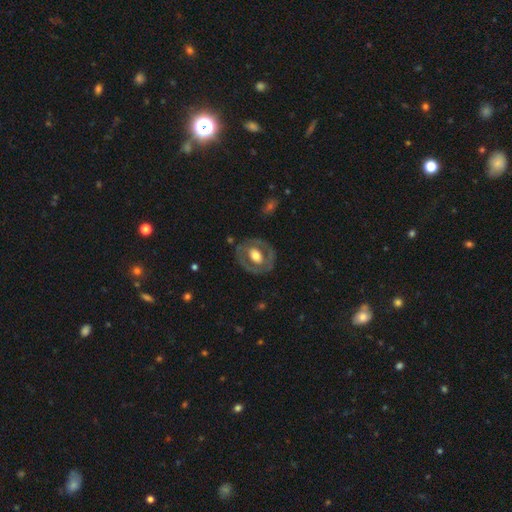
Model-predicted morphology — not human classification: Smooth or featured?
  - featured or disk: 60% *
  - smooth: 35%
  - star or artifact: 5%
Edge-on disk?
  - no: 94% *
  - yes: 6%
Bar?
  - no: 68% *
  - weak: 22%
  - strong: 11%
Spiral arms?
  - no: 81% *
  - yes: 19%
Bulge size?
  - moderate: 53% *
  - large: 37%
  - small: 6%
  - dominant: 2%
  - none: 1%
Merging?
  - none: 76% *
  - minor disturbance: 15%
  - major disturbance: 8%
  - merger: 2%